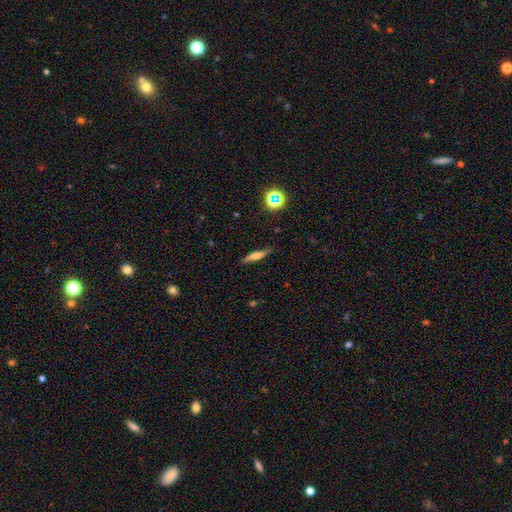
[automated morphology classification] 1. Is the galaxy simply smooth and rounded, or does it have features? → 47% smooth, 43% featured or disk, 10% star or artifact.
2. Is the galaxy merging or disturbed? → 83% none, 13% minor disturbance, 3% major disturbance, 1% merger.